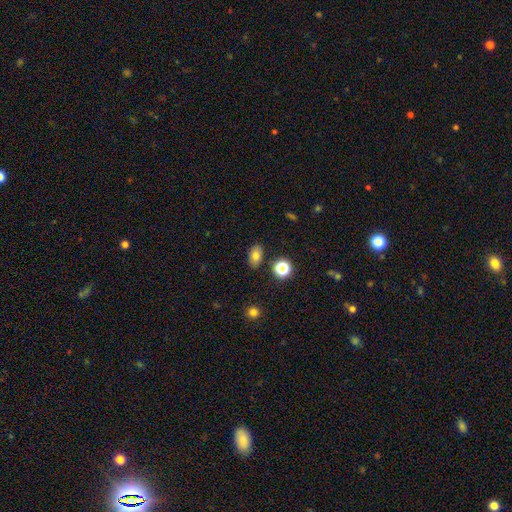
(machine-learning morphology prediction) A smooth galaxy with no disk features (75%) that is in between round and cigar-shaped (84%).

Vote fractions:
- Smooth or featured? smooth: 75% / star or artifact: 13% / featured or disk: 11%
- How rounded? in between: 84% / round: 15% / cigar-shaped: 2%
- Merging? none: 85% / minor disturbance: 10% / merger: 3% / major disturbance: 2%